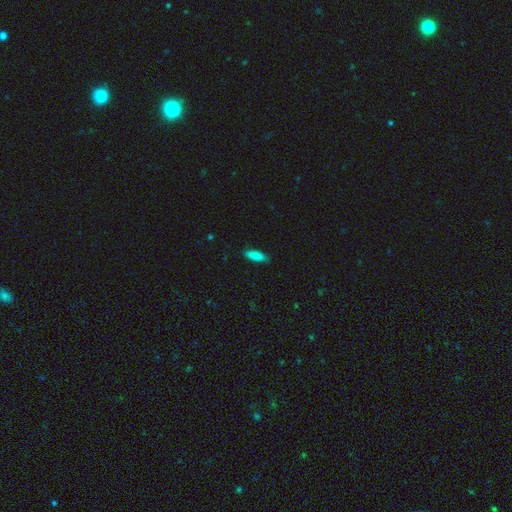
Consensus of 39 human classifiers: This is clearly a smooth galaxy (92%). How rounded: possibly in between (58%). Merging: clearly none (87%).